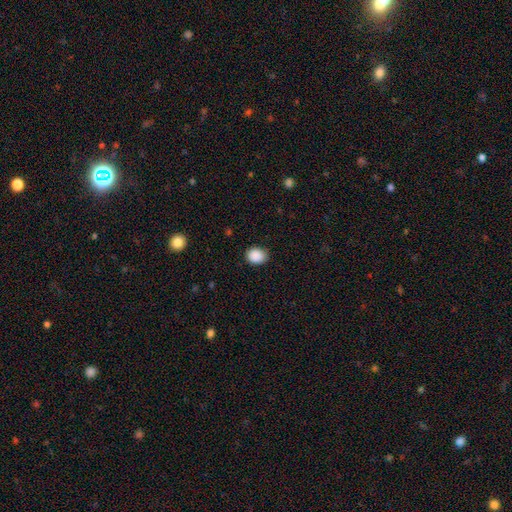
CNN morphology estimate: This is clearly a smooth galaxy (89%). How rounded: possibly round (54%). Merging: clearly none (85%).